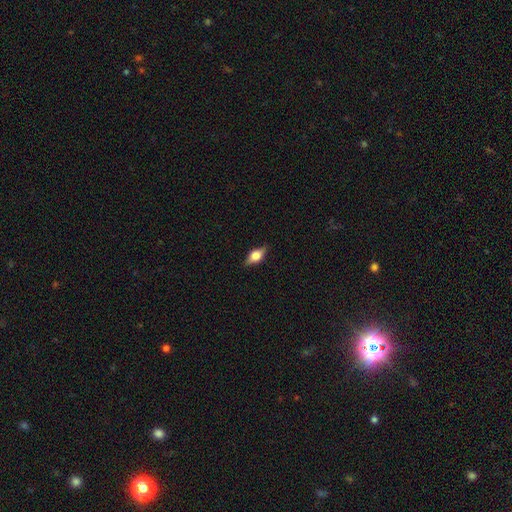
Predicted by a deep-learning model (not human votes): Smooth or featured? Predicted: featured or disk (p=0.49). Merging? Predicted: none (p=0.84).